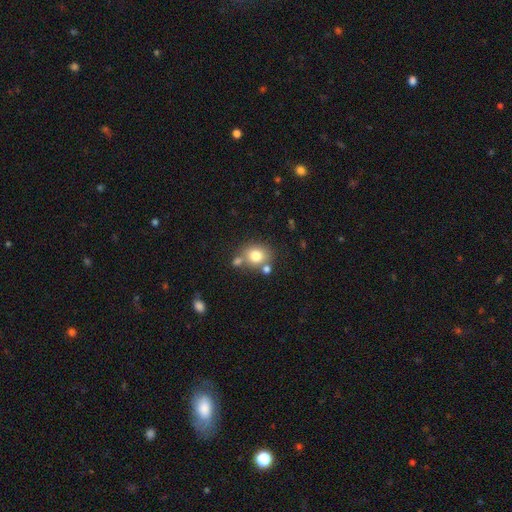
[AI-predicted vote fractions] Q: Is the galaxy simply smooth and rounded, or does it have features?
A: smooth — 77%.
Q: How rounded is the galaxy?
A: round — 69%.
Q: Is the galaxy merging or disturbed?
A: none — 64%.